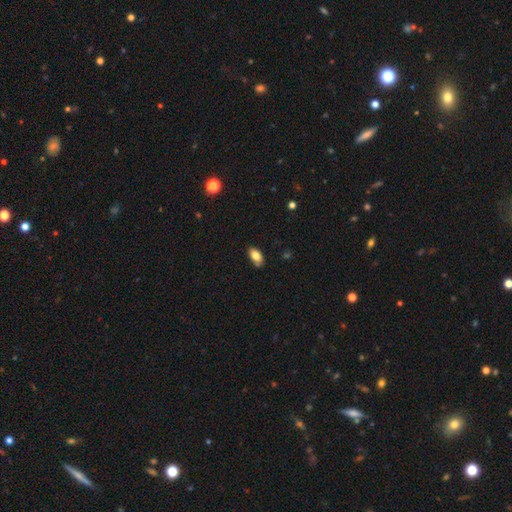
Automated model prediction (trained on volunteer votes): smooth-or-featured: smooth: 80% | featured or disk: 12% | star or artifact: 8%
  how-rounded: in between: 92% | round: 4% | cigar-shaped: 3%
  merging: none: 78% | minor disturbance: 16% | major disturbance: 3% | merger: 3%